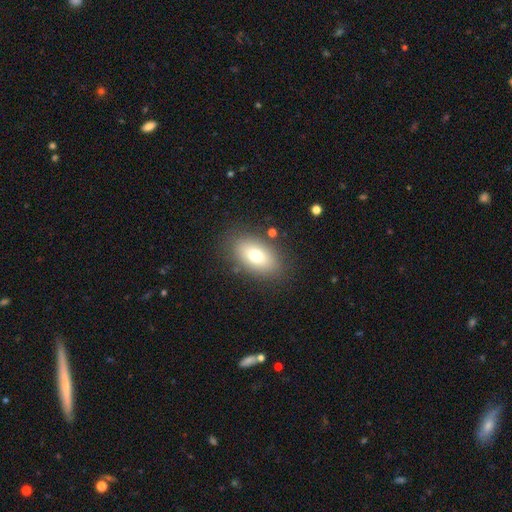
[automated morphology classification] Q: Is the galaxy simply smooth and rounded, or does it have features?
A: smooth — 76%.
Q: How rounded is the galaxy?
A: in between — 90%.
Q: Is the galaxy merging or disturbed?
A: none — 85%.